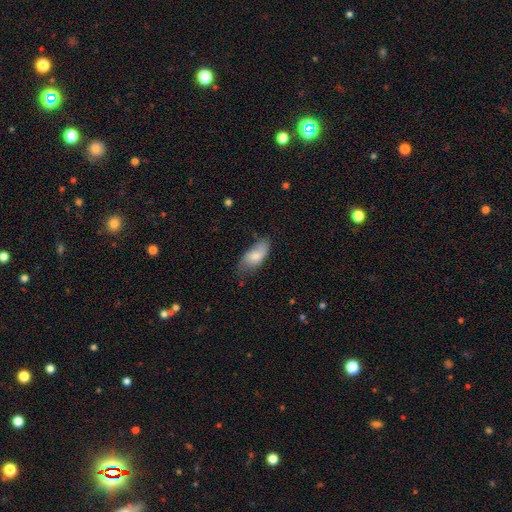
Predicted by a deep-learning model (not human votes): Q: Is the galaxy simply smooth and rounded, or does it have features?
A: smooth — 77%.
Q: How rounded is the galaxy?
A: in between — 90%.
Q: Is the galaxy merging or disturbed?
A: none — 53%.